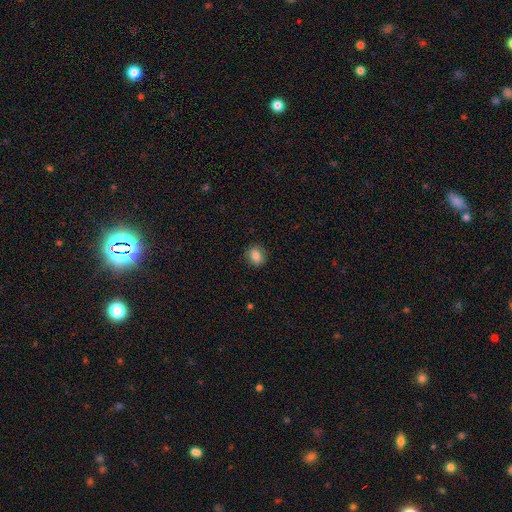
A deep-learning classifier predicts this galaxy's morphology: Smooth or featured: smooth — 84% (star or artifact — 9%)
How rounded: round — 65% (in between — 34%)
Merging: none — 85% (minor disturbance — 11%)